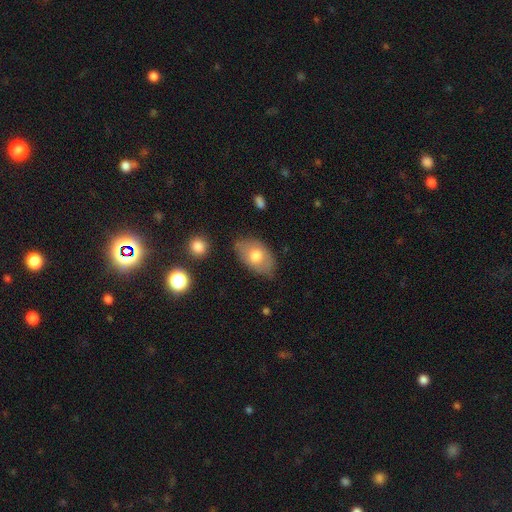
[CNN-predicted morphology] Overall: smooth (67%). How rounded: in between (90%). Merging: none (74%).